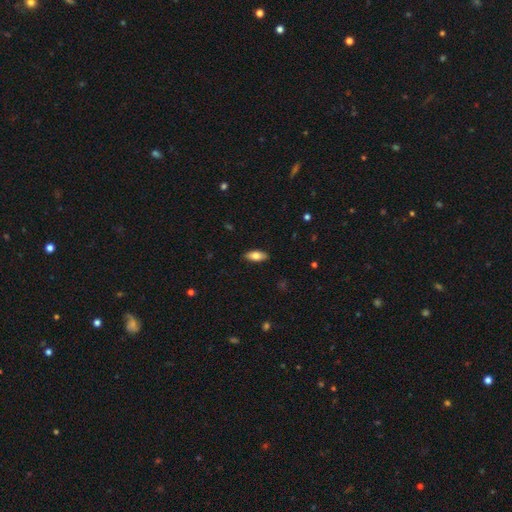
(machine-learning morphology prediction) smooth 80%, featured or disk 14%, star or artifact 6%. Down the decision tree: how rounded — in between (85%); merging — none (88%).